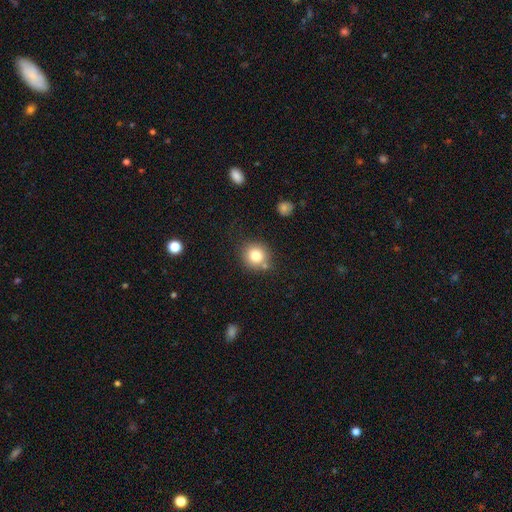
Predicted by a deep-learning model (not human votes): smooth-or-featured: smooth: 79% | star or artifact: 11% | featured or disk: 9%
  how-rounded: round: 89% | in between: 10% | cigar-shaped: 1%
  merging: none: 75% | minor disturbance: 12% | merger: 10% | major disturbance: 3%